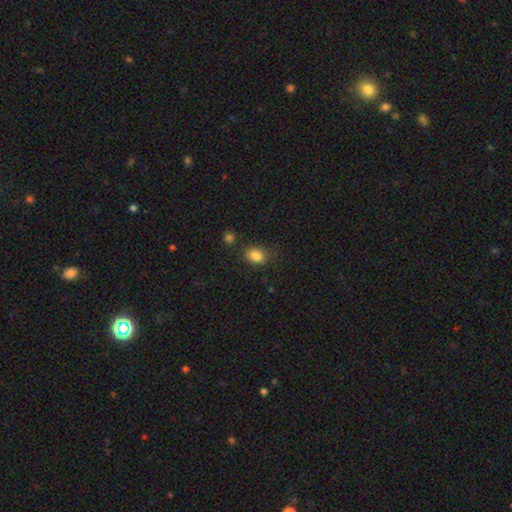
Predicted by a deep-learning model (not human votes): smooth_or_featured: smooth (p=0.85) [alt: star or artifact p=0.11]
how_rounded: in between (p=0.53) [alt: round p=0.46]
merging: none (p=0.75) [alt: minor disturbance p=0.15]